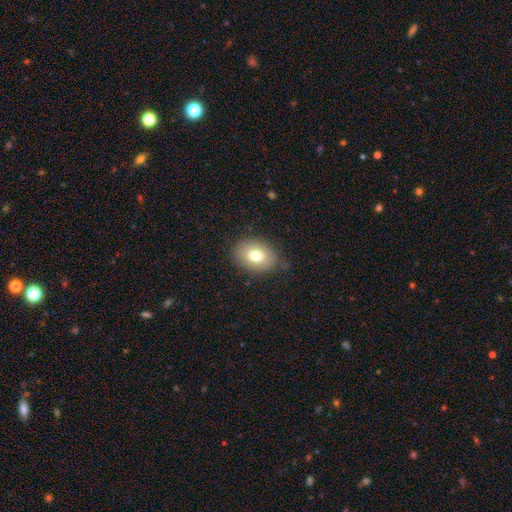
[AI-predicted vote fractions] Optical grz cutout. It shows a smooth galaxy with no disk features (75%) that is in between round and cigar-shaped (73%). Merging: none (78%).